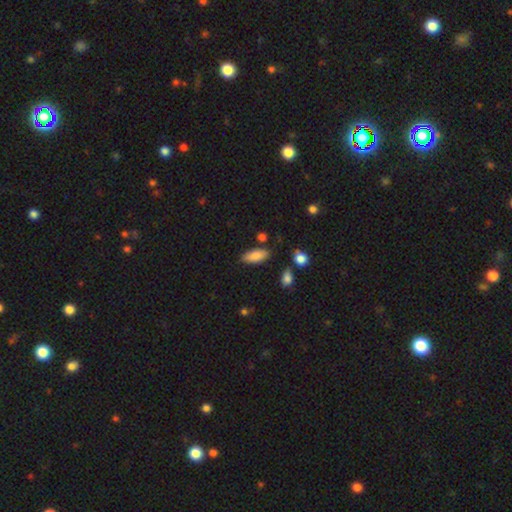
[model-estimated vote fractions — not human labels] Smooth or featured: smooth — 85% (featured or disk — 8%)
How rounded: in between — 80% (cigar-shaped — 18%)
Merging: none — 80% (minor disturbance — 13%)